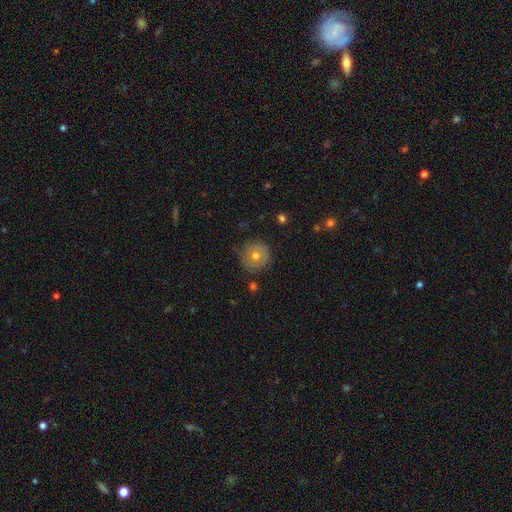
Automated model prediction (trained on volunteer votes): A smooth galaxy with no disk features (65%) that is round (94%).

Vote fractions:
- Smooth or featured? smooth: 65% / featured or disk: 24% / star or artifact: 11%
- How rounded? round: 94% / in between: 5% / cigar-shaped: 1%
- Merging? none: 82% / minor disturbance: 14% / major disturbance: 3% / merger: 2%